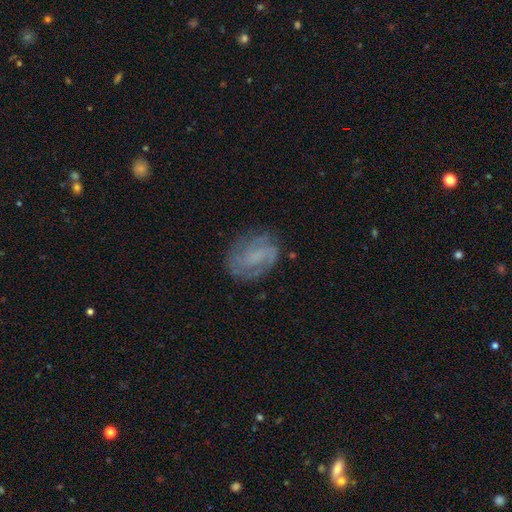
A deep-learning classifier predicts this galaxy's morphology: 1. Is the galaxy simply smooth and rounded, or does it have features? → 68% featured or disk, 23% smooth, 9% star or artifact.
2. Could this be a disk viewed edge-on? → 97% no, 3% yes.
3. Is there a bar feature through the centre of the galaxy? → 46% no, 42% weak, 12% strong.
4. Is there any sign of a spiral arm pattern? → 88% yes, 12% no.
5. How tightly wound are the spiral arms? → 44% tight, 41% medium, 15% loose.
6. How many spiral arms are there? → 45% 2, 27% can't tell, 15% 3, 5% 1, 4% 4, 3% more than 4.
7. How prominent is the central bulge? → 53% none, 26% small, 16% moderate, 4% large, 1% dominant.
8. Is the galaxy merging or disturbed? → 72% none, 18% minor disturbance, 9% major disturbance, 1% merger.